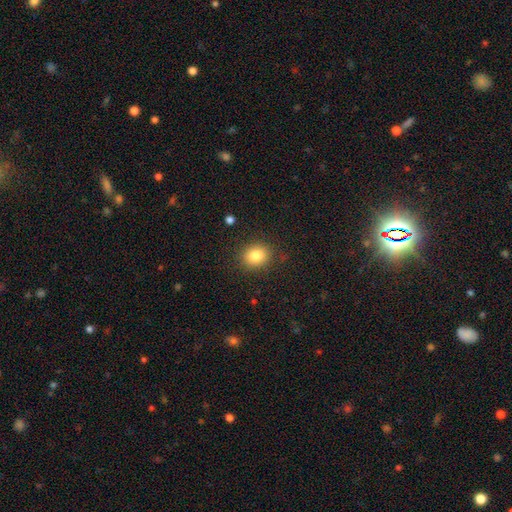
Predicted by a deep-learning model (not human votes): Smooth or featured? Predicted: smooth (p=0.83). How rounded? Predicted: round (p=0.67). Merging? Predicted: none (p=0.88).